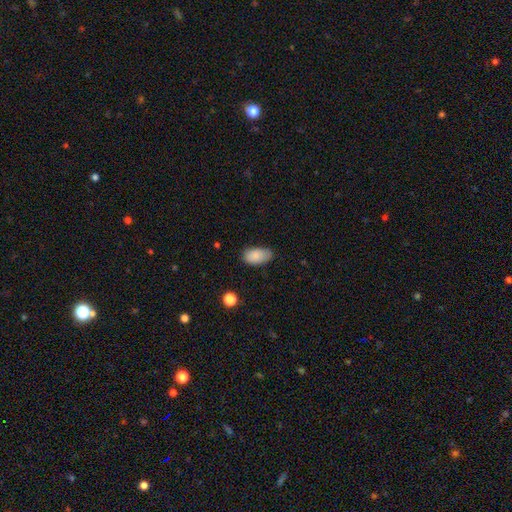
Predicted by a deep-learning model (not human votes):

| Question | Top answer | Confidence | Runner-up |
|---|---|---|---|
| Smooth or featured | smooth | 86% | star or artifact (7%) |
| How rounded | in between | 94% | round (4%) |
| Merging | none | 71% | minor disturbance (23%) |